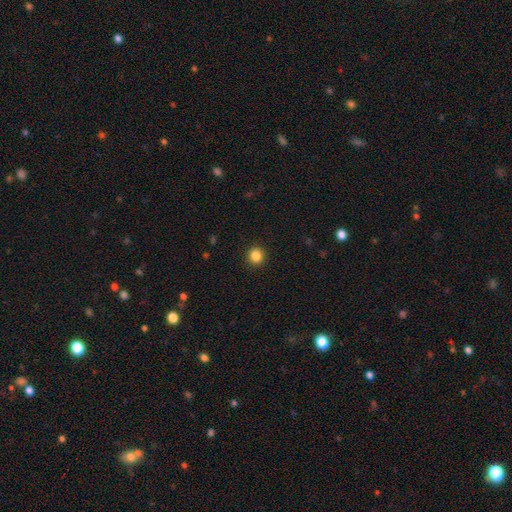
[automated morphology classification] smooth_or_featured: smooth (p=0.85) [alt: star or artifact p=0.11]
how_rounded: round (p=0.92) [alt: in between p=0.08]
merging: none (p=0.92) [alt: minor disturbance p=0.05]